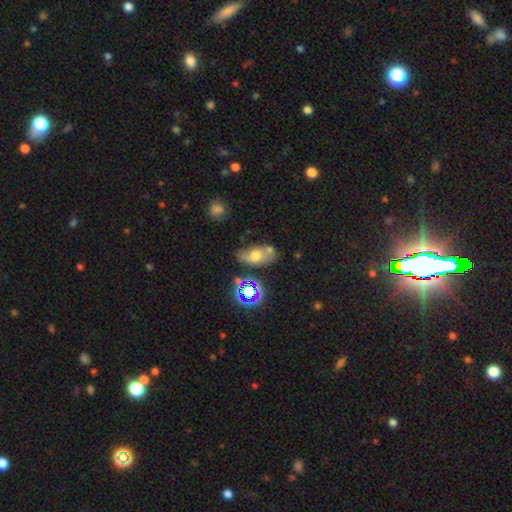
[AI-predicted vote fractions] Smooth or featured? smooth (55%)
How rounded? in between (81%)
Merging? none (54%)